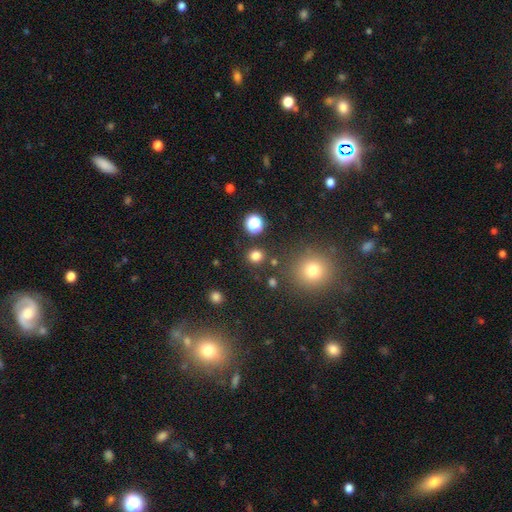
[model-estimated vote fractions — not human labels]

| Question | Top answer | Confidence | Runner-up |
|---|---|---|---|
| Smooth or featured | smooth | 78% | star or artifact (17%) |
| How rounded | round | 84% | in between (15%) |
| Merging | none | 86% | minor disturbance (7%) |